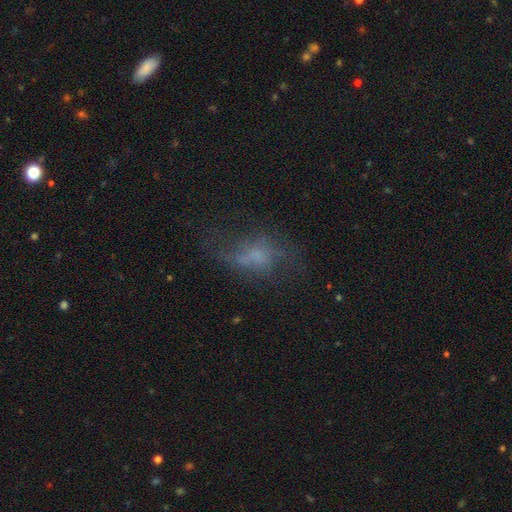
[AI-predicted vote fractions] Overall: featured or disk (43%; smooth 39%). Merging: none (43%; major disturbance 32%).